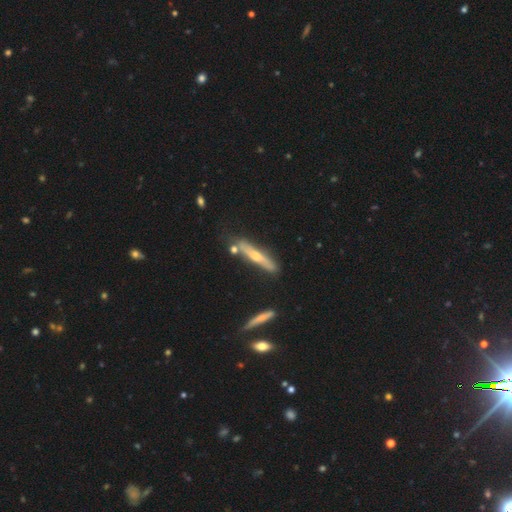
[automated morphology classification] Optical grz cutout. It shows a featured or disk galaxy (52%) viewed edge-on (89%). Merging: none (74%).